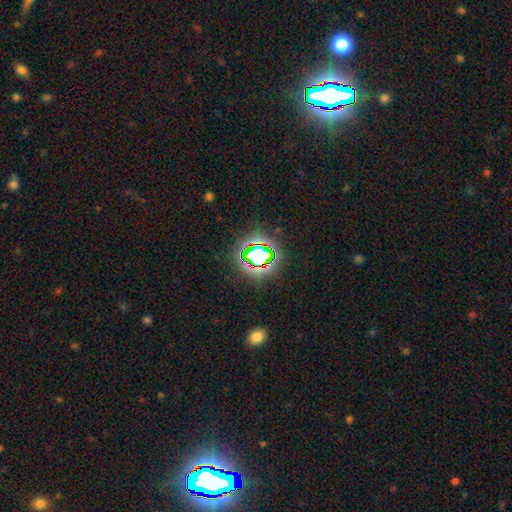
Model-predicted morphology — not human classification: smooth_or_featured: star or artifact (p=0.76) [alt: smooth p=0.15]